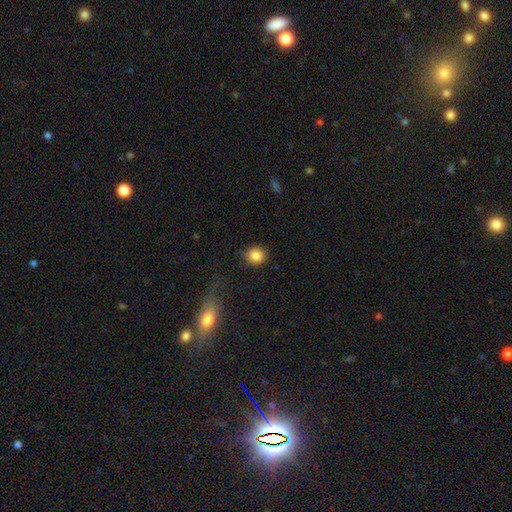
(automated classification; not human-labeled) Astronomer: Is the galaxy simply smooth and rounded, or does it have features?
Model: smooth — 86%.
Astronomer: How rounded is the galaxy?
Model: round — 84%.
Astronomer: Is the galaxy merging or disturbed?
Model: none — 79%.